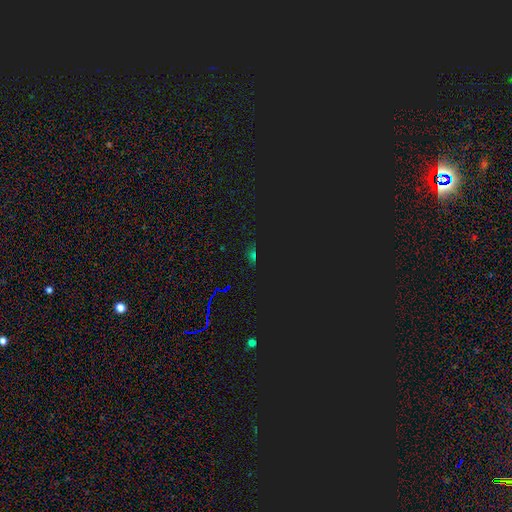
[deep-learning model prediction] Smooth or featured?
  - star or artifact: 71% *
  - smooth: 20%
  - featured or disk: 8%